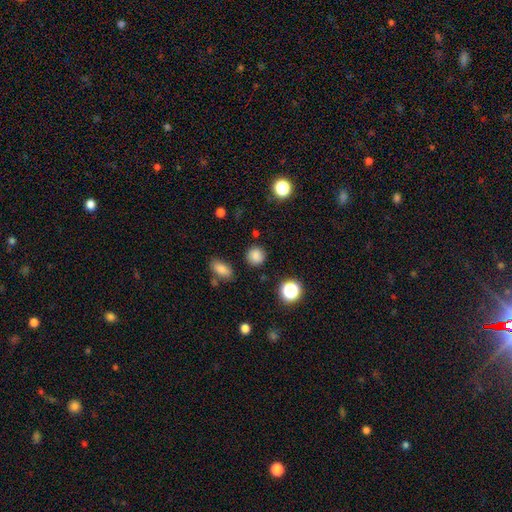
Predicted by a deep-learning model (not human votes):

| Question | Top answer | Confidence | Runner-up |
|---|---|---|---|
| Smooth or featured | smooth | 81% | star or artifact (14%) |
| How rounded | round | 89% | in between (10%) |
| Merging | none | 85% | minor disturbance (9%) |